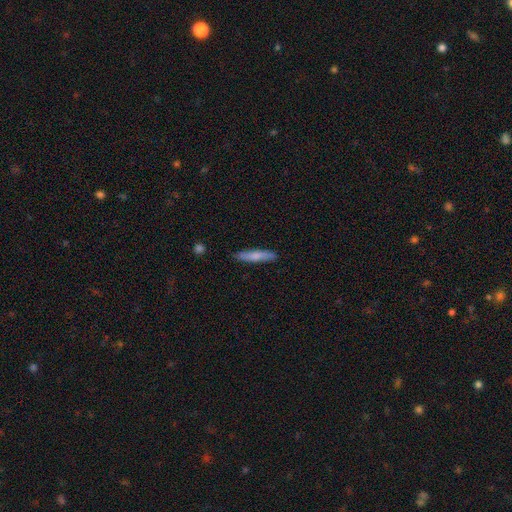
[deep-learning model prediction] The model was most divided on "smooth or featured": smooth: 68%, featured or disk: 26%, star or artifact: 6%. More confident: how rounded — cigar-shaped (88%); merging — none (87%).